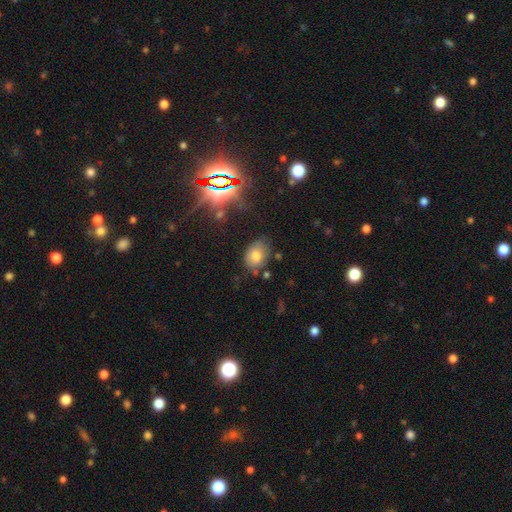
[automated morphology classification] Overall: smooth (74%). How rounded: in between (71%). Merging: none (69%).